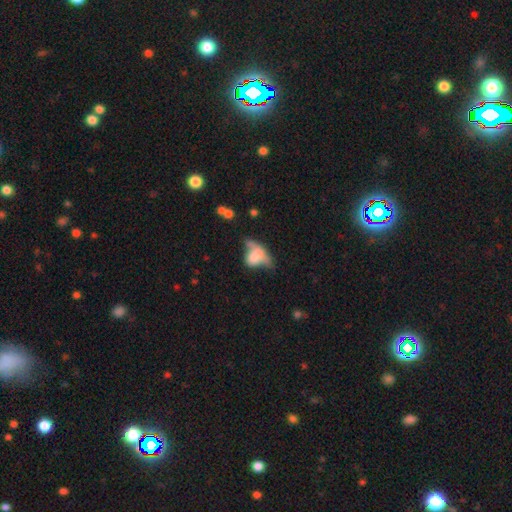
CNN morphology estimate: This is possibly a smooth galaxy (58%). How rounded: likely in between (75%). Merging: marginally major disturbance (30%).